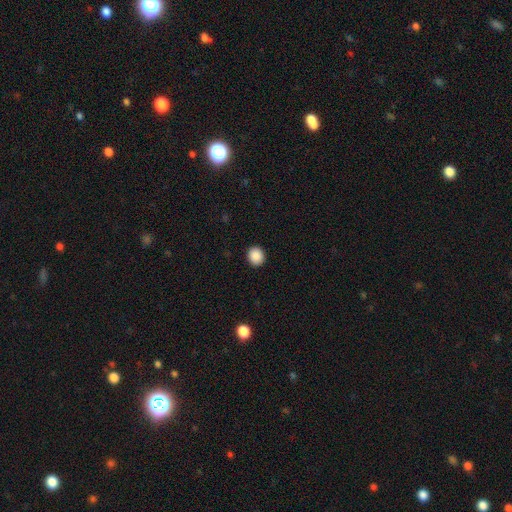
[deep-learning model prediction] Smooth or featured: smooth — 89% (star or artifact — 9%)
How rounded: round — 75% (in between — 24%)
Merging: none — 92% (minor disturbance — 6%)